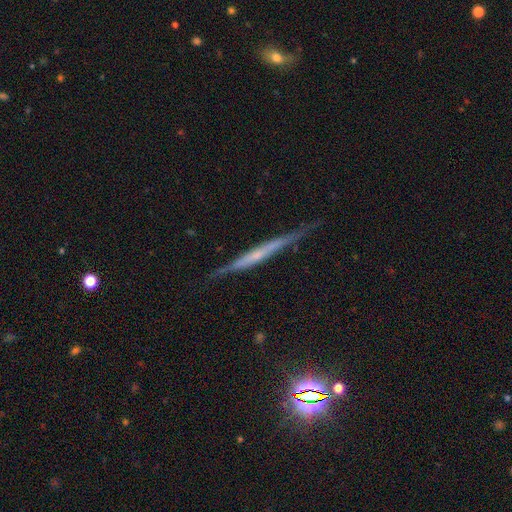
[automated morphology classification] Smooth or featured?
  - featured or disk: 66% *
  - smooth: 27%
  - star or artifact: 7%
Edge-on disk?
  - yes: 96% *
  - no: 4%
Edge-on bulge?
  - none: 63% *
  - rounded: 27%
  - boxy: 11%
Merging?
  - none: 80% *
  - minor disturbance: 16%
  - major disturbance: 3%
  - merger: 2%